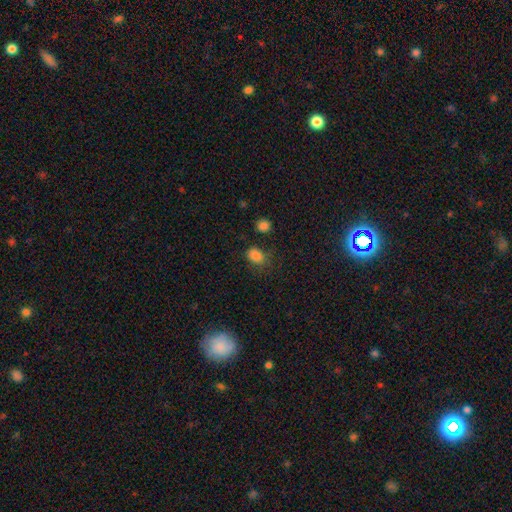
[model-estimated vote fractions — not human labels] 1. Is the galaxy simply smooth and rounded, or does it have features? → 83% smooth, 13% star or artifact, 4% featured or disk.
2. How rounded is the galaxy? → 63% in between, 36% round, 1% cigar-shaped.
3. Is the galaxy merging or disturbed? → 65% none, 22% minor disturbance, 8% major disturbance, 4% merger.